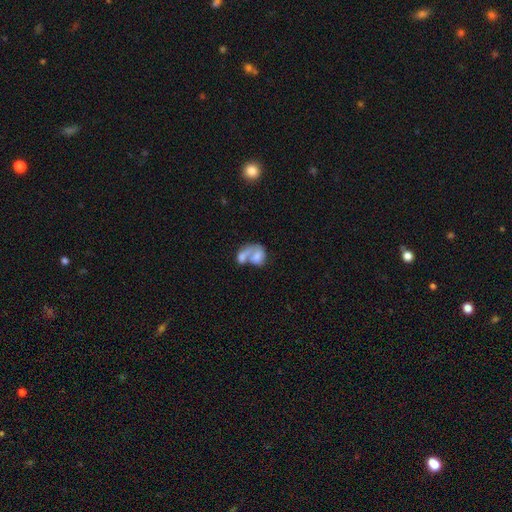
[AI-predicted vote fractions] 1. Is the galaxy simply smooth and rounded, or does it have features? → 58% smooth, 33% featured or disk, 9% star or artifact.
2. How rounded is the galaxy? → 70% in between, 28% round, 2% cigar-shaped.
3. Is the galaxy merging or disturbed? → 71% merger, 12% none, 11% major disturbance, 6% minor disturbance.